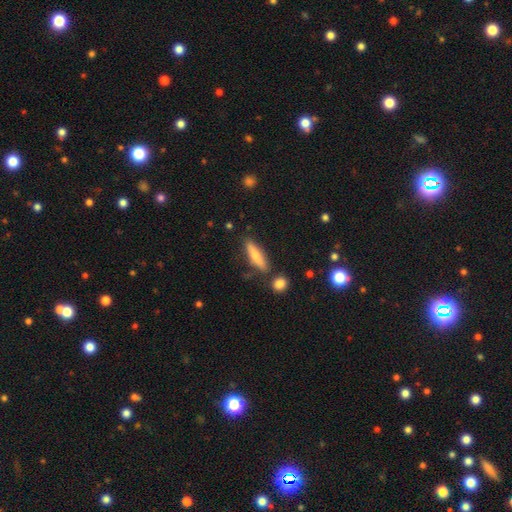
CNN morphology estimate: This appears to be a smooth galaxy with no disk features (67%) that is cigar-shaped (68%). Merging: none (77%).